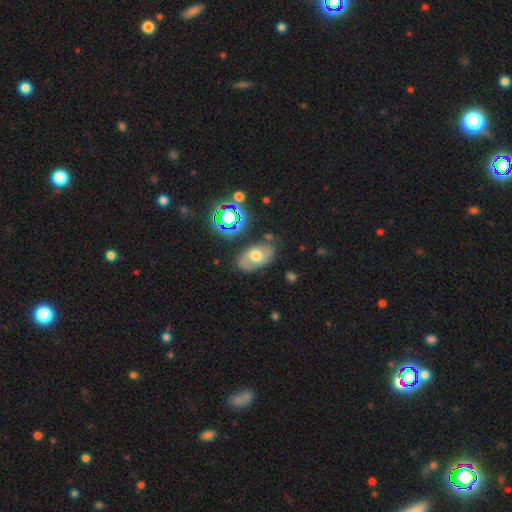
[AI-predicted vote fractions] A smooth galaxy with no disk features (44%). Merging: none (72%).